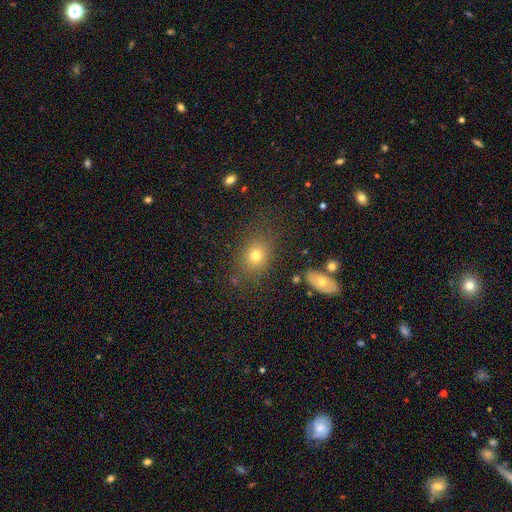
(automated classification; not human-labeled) A smooth galaxy with no disk features (73%) that is round (51%).

Vote fractions:
- Smooth or featured? smooth: 73% / star or artifact: 15% / featured or disk: 11%
- How rounded? round: 51% / in between: 48% / cigar-shaped: 2%
- Merging? none: 79% / minor disturbance: 12% / major disturbance: 5% / merger: 4%